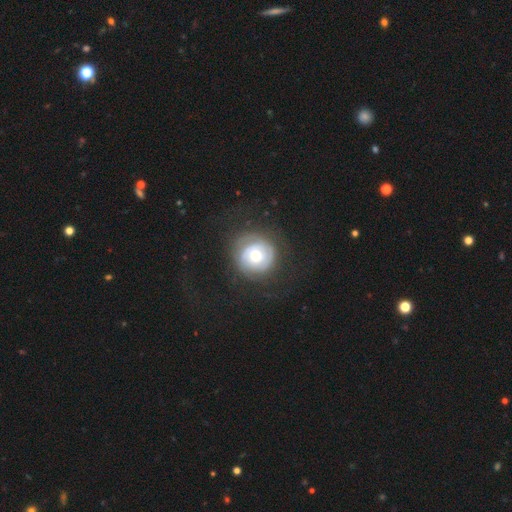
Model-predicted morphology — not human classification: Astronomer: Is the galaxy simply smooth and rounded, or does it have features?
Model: featured or disk — 63%.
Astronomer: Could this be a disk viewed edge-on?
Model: no — 97%.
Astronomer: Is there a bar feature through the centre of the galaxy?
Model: no — 83%.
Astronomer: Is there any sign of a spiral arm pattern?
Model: yes — 72%.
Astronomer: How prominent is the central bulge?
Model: moderate — 71%.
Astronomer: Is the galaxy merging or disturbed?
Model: none — 67%.